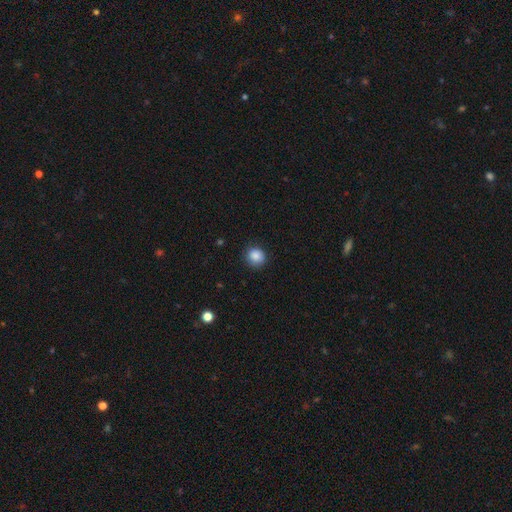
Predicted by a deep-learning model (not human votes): smooth-or-featured: smooth: 87% | star or artifact: 9% | featured or disk: 4%
  how-rounded: round: 84% | in between: 15% | cigar-shaped: 1%
  merging: none: 84% | minor disturbance: 12% | major disturbance: 3% | merger: 1%